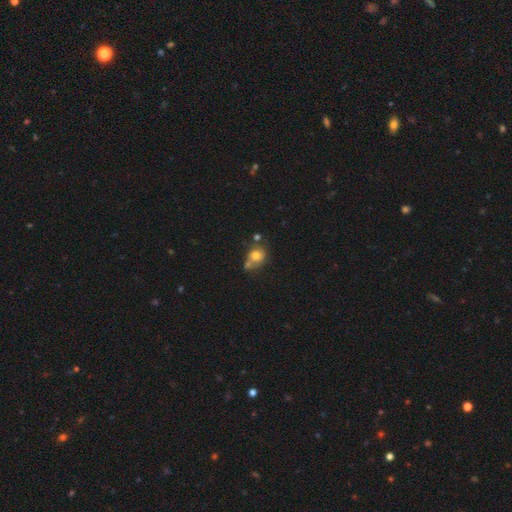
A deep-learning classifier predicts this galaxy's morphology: Smooth or featured?
  - smooth: 74% *
  - featured or disk: 15%
  - star or artifact: 11%
How rounded?
  - round: 67% *
  - in between: 32%
  - cigar-shaped: 1%
Merging?
  - none: 41% *
  - merger: 29%
  - minor disturbance: 21%
  - major disturbance: 9%